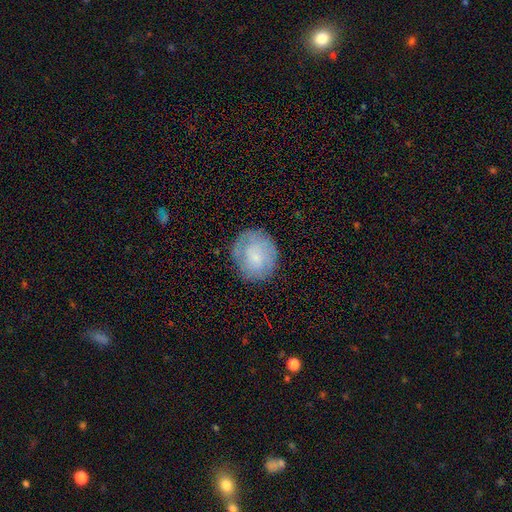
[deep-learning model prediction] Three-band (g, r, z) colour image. It shows a smooth galaxy with no disk features (61%) that is round (77%). Merging: none (76%).